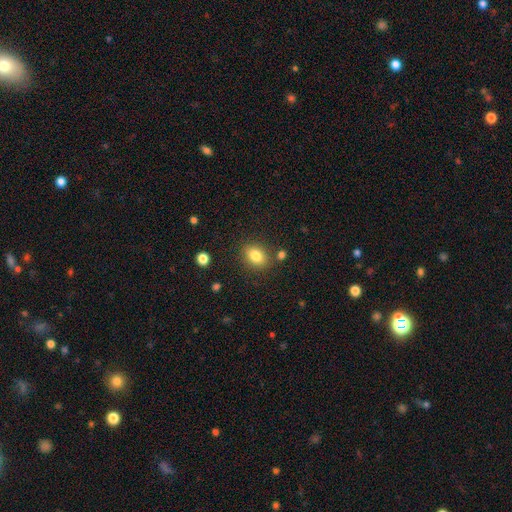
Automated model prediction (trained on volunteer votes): Smooth or featured?
  - smooth: 82% *
  - star or artifact: 10%
  - featured or disk: 8%
How rounded?
  - in between: 73% *
  - round: 26%
  - cigar-shaped: 2%
Merging?
  - none: 80% *
  - minor disturbance: 11%
  - merger: 6%
  - major disturbance: 3%